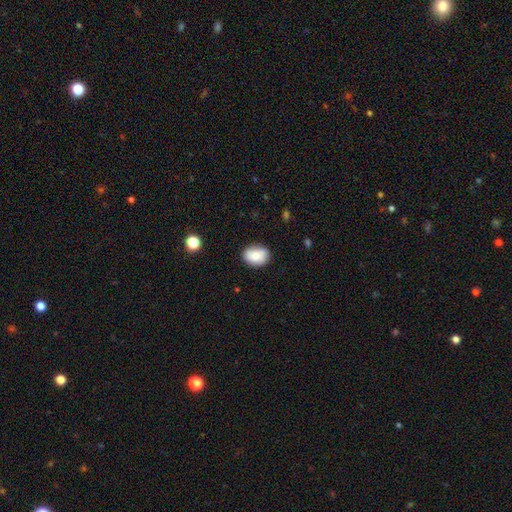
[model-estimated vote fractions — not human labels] Smooth or featured: smooth — 81% (featured or disk — 11%)
How rounded: in between — 70% (round — 29%)
Merging: none — 81% (minor disturbance — 15%)